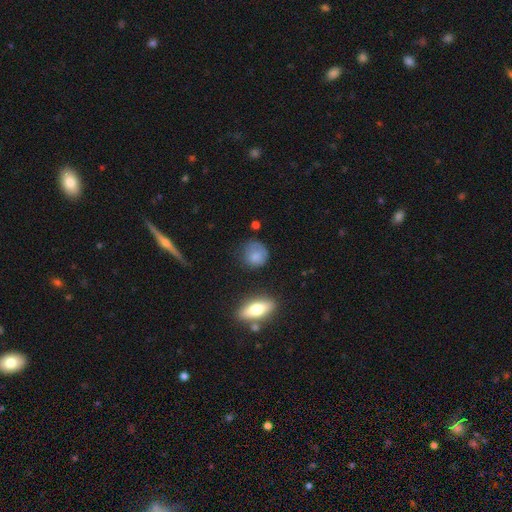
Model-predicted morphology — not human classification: A smooth galaxy with no disk features (78%) that is round (73%). Merging: none (56%).